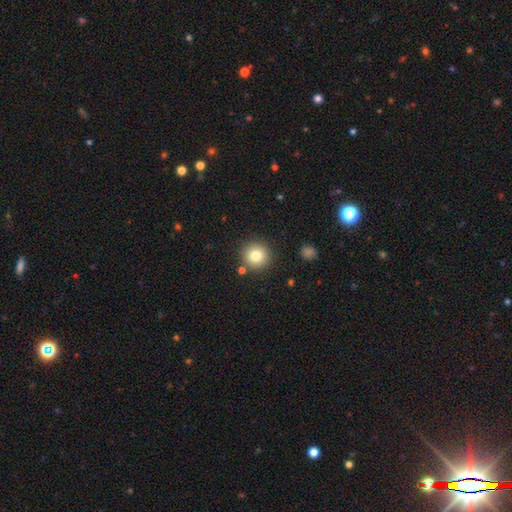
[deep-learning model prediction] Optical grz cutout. It shows a smooth galaxy with no disk features (80%) that is round (95%). Merging: none (86%).